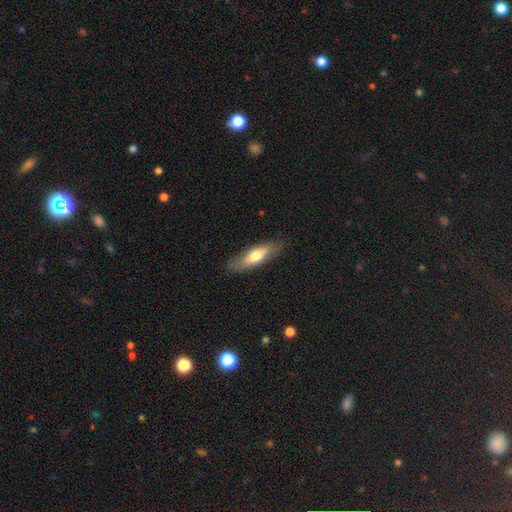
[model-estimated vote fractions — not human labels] A smooth galaxy with no disk features (61%) that is in between round and cigar-shaped (50%). Merging: none (83%).